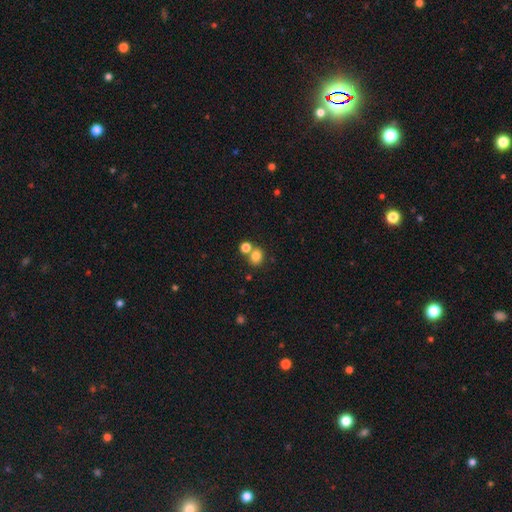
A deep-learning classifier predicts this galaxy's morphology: smooth_or_featured: smooth (p=0.80) [alt: star or artifact p=0.13]
how_rounded: round (p=0.71) [alt: in between p=0.28]
merging: none (p=0.55) [alt: merger p=0.35]